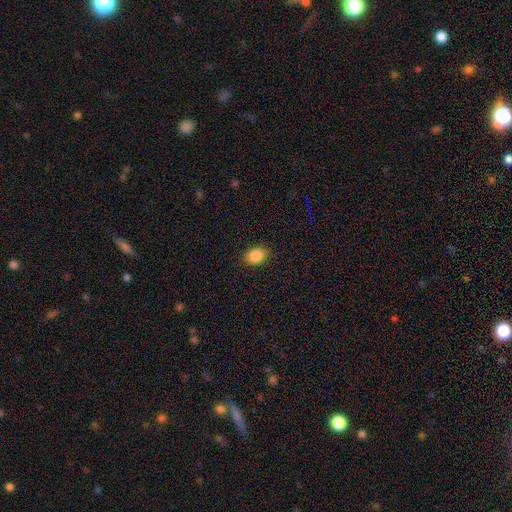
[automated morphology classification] smooth 86%, star or artifact 9%, featured or disk 4%. Down the decision tree: how rounded — in between (64%); merging — none (82%).